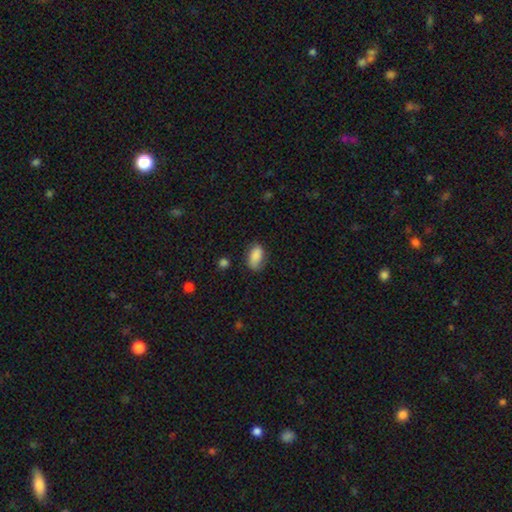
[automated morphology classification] smooth 84%, featured or disk 9%, star or artifact 8%. Down the decision tree: how rounded — in between (91%); merging — none (65%).